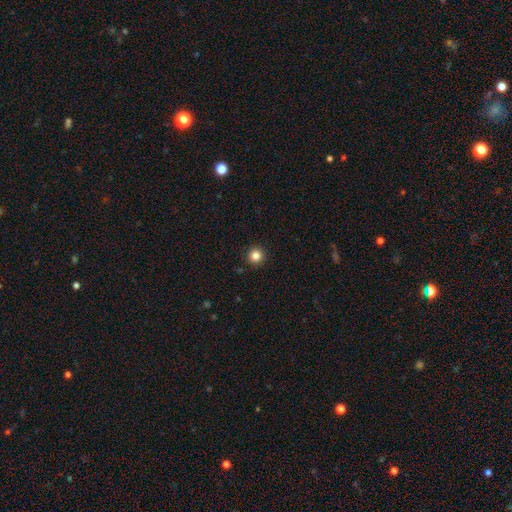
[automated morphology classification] Smooth or featured? Predicted: smooth (p=0.84). How rounded? Predicted: round (p=0.96). Merging? Predicted: none (p=0.93).